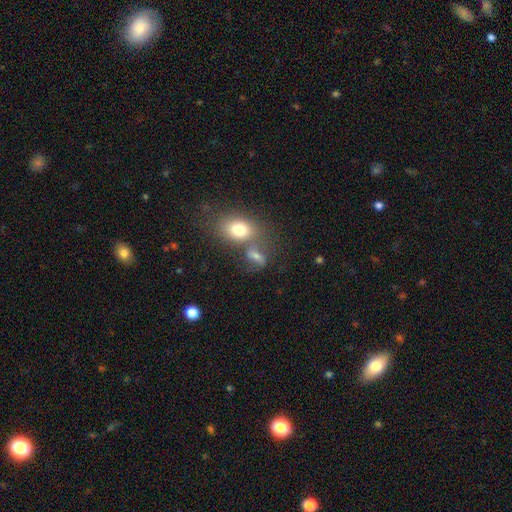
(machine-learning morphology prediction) smooth-or-featured: smooth: 59% | featured or disk: 24% | star or artifact: 17%
  how-rounded: in between: 68% | round: 26% | cigar-shaped: 6%
  merging: none: 44% | merger: 30% | minor disturbance: 15% | major disturbance: 10%